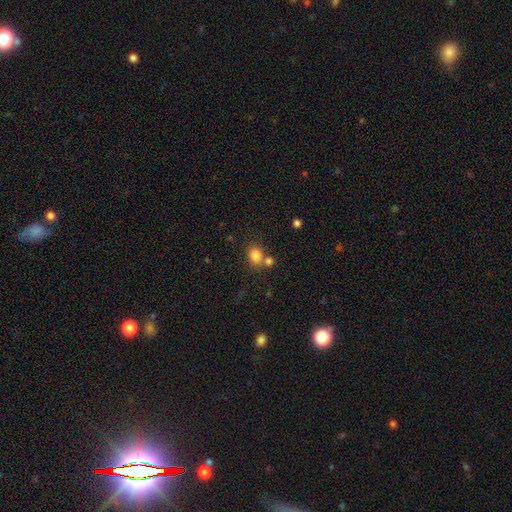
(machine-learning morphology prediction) The model was most divided on "how rounded": round: 64%, in between: 35%, cigar-shaped: 1%. More confident: smooth or featured — smooth (82%); merging — none (59%).